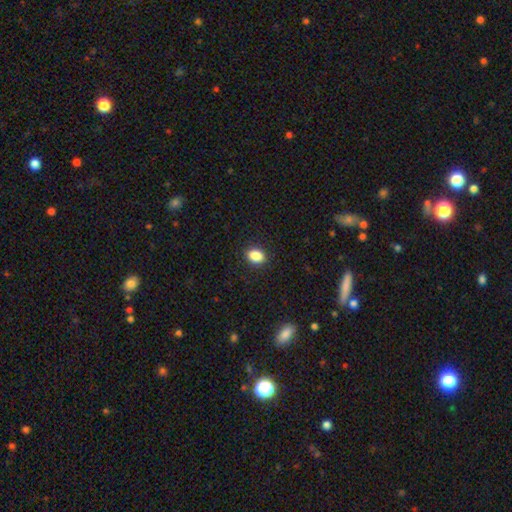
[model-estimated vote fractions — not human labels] Smooth or featured?
  - smooth: 87% *
  - star or artifact: 9%
  - featured or disk: 4%
How rounded?
  - in between: 69% *
  - round: 29%
  - cigar-shaped: 1%
Merging?
  - none: 90% *
  - minor disturbance: 7%
  - major disturbance: 2%
  - merger: 1%